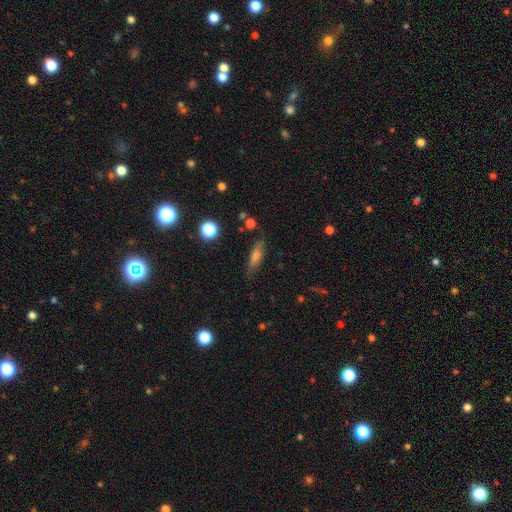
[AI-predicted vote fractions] This appears to be a smooth galaxy with no disk features (56%) that is cigar-shaped (64%). Merging: none (80%).